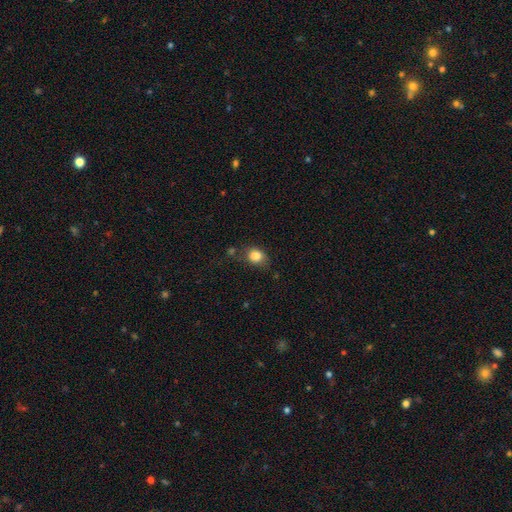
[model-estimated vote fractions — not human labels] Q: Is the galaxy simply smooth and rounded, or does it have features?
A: smooth — 84%.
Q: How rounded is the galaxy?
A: round — 54%.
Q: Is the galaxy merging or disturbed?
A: none — 60%.